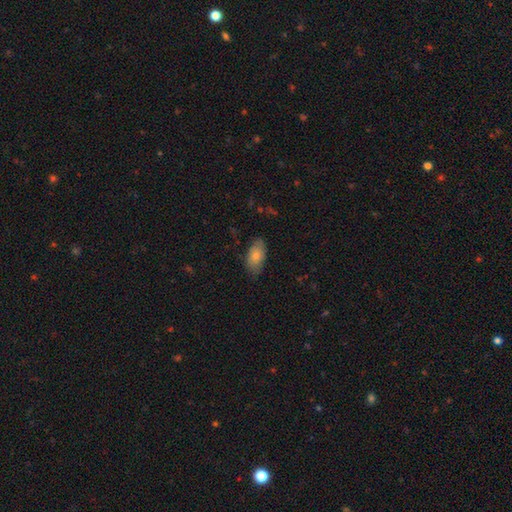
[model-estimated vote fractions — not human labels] Smooth or featured?
  - smooth: 79% *
  - featured or disk: 15%
  - star or artifact: 6%
How rounded?
  - in between: 93% *
  - round: 4%
  - cigar-shaped: 3%
Merging?
  - none: 76% *
  - minor disturbance: 19%
  - major disturbance: 4%
  - merger: 1%